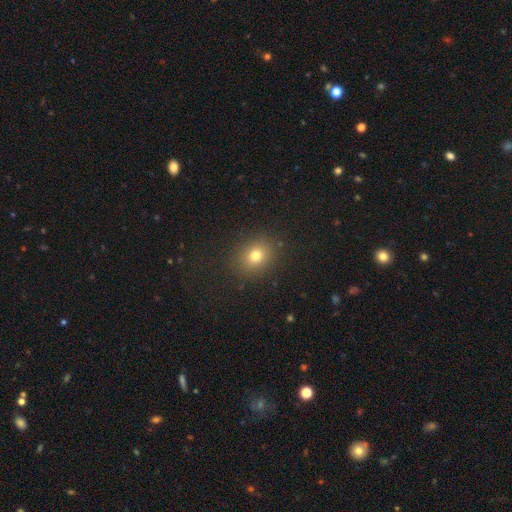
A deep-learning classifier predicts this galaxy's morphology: Smooth or featured? Predicted: smooth (p=0.76). How rounded? Predicted: round (p=0.64). Merging? Predicted: none (p=0.88).